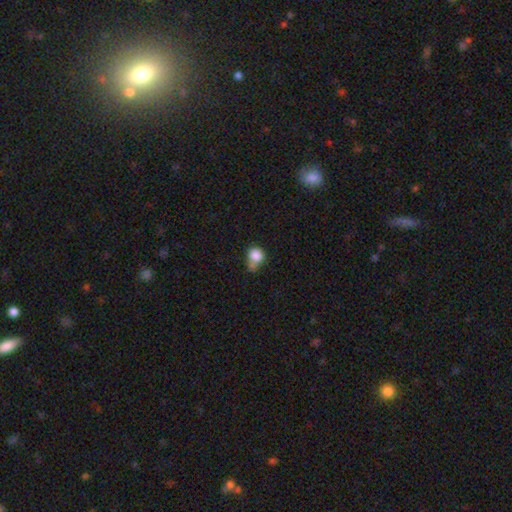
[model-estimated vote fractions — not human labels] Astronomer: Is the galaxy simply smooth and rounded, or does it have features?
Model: smooth — 84%.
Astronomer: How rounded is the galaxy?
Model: round — 78%.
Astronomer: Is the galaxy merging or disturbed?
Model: none — 41% (runner-up: minor disturbance, 27%).